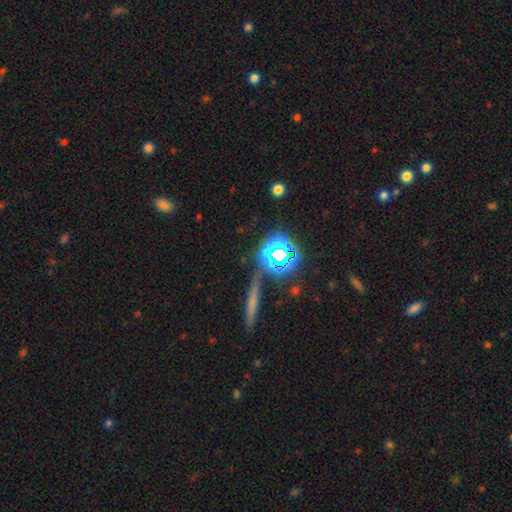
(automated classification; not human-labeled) This appears to be a star or artifact, not a galaxy (54%).